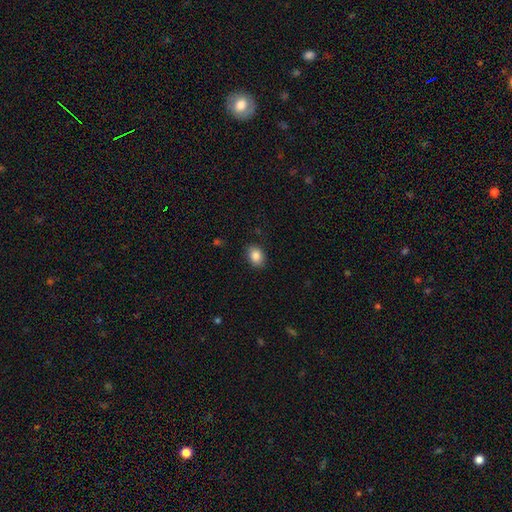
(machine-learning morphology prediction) type=smooth (86%); roundness=in between (70%); merging=none (86%).